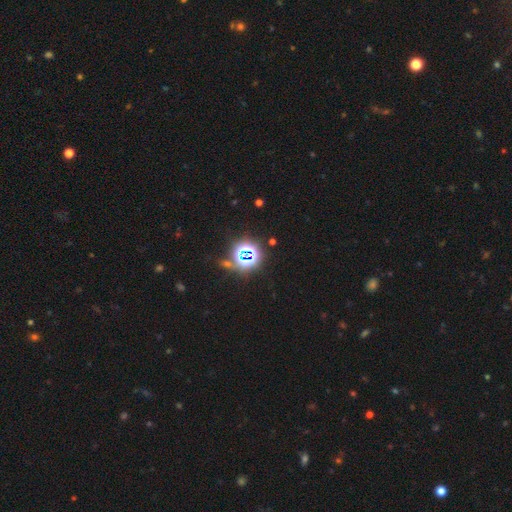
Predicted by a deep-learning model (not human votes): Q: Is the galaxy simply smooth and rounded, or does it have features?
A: star or artifact — 78%.